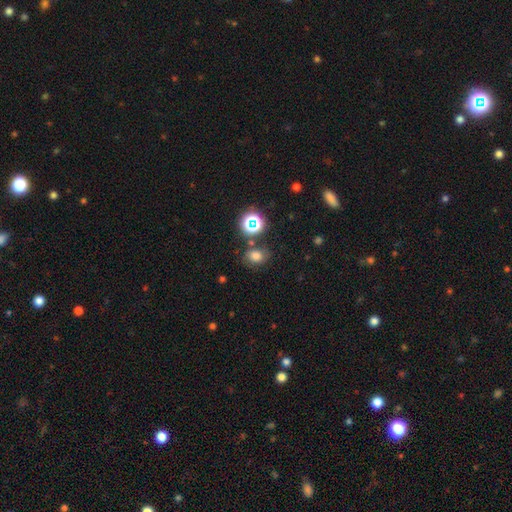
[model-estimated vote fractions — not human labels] Smooth or featured? smooth (69%)
How rounded? in between (56%)
Merging? none (70%)